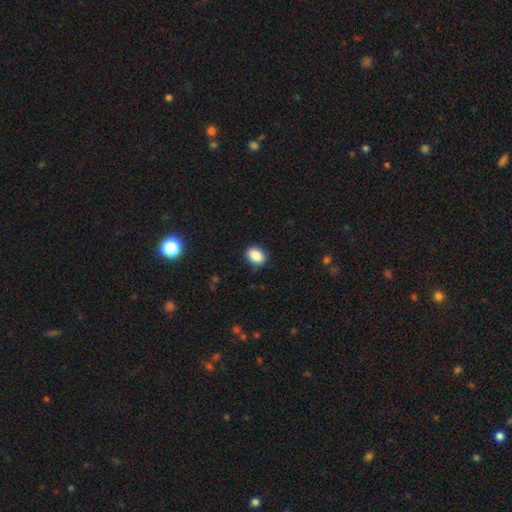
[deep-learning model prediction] Smooth or featured?
  - smooth: 87% *
  - star or artifact: 9%
  - featured or disk: 5%
How rounded?
  - in between: 62% *
  - round: 37%
  - cigar-shaped: 1%
Merging?
  - none: 87% *
  - minor disturbance: 10%
  - major disturbance: 2%
  - merger: 1%